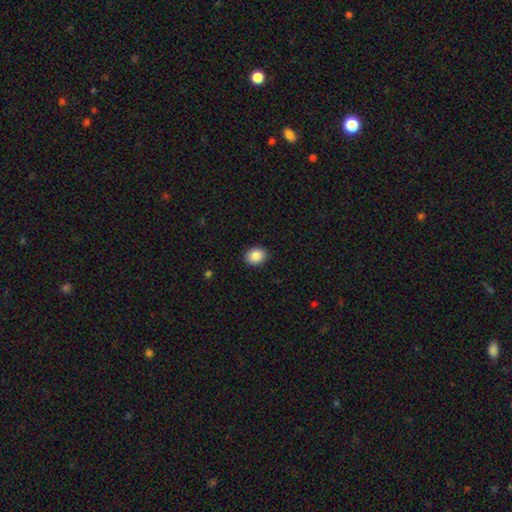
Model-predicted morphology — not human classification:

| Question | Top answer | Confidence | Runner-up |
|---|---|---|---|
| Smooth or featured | smooth | 87% | star or artifact (8%) |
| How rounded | round | 54% | in between (45%) |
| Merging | none | 91% | minor disturbance (7%) |